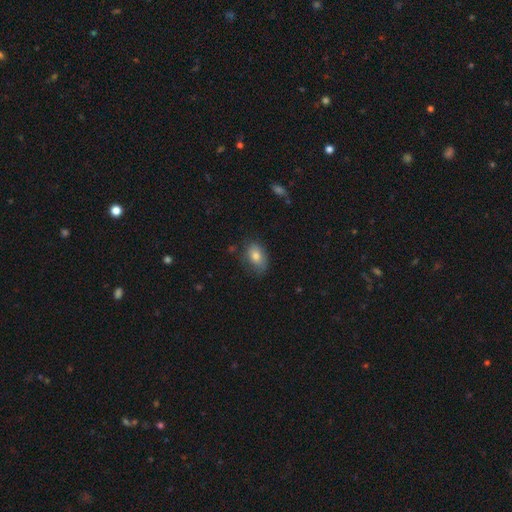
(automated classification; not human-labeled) A smooth galaxy with no disk features (79%) that is in between round and cigar-shaped (87%).

Vote fractions:
- Smooth or featured? smooth: 79% / featured or disk: 13% / star or artifact: 8%
- How rounded? in between: 87% / round: 11% / cigar-shaped: 2%
- Merging? none: 66% / minor disturbance: 26% / major disturbance: 7% / merger: 2%